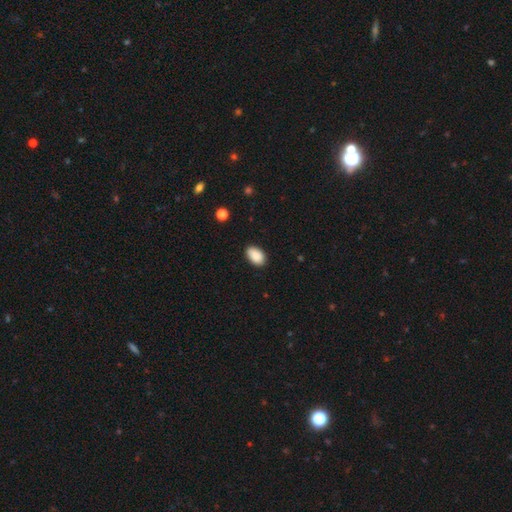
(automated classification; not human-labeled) A smooth galaxy with no disk features (90%) that is in between round and cigar-shaped (91%). Merging: none (84%).